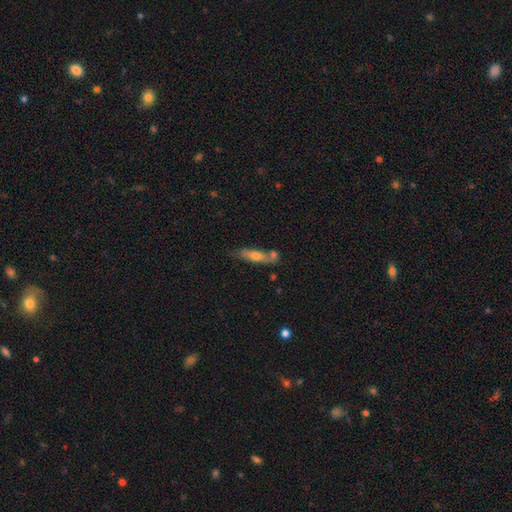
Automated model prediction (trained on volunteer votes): This appears to be a smooth galaxy with no disk features (55%) that is cigar-shaped (71%). Merging: none (62%).